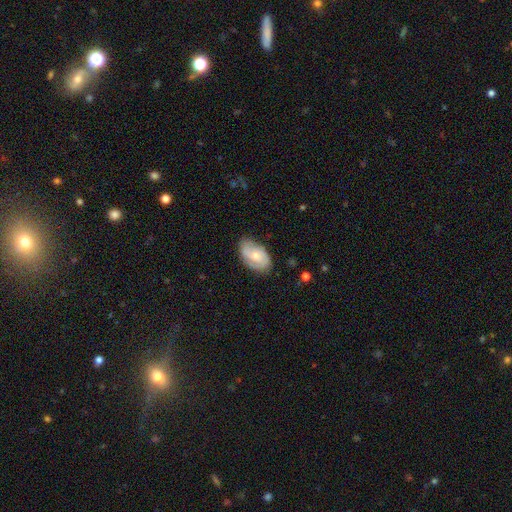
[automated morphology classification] smooth_or_featured: featured or disk (p=0.49) [alt: smooth p=0.44]
merging: none (p=0.64) [alt: minor disturbance p=0.28]